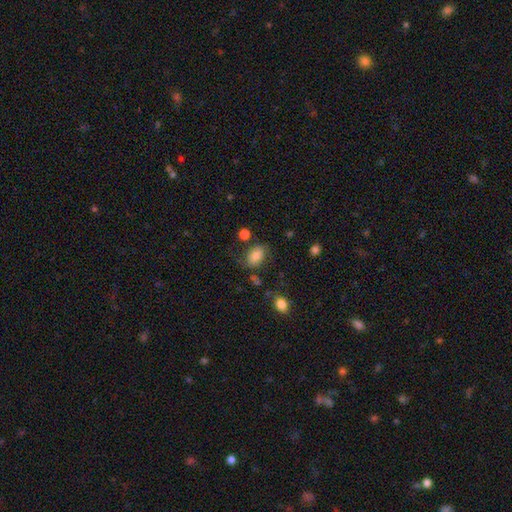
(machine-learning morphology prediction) A smooth galaxy with no disk features (79%) that is in between round and cigar-shaped (81%).

Vote fractions:
- Smooth or featured? smooth: 79% / featured or disk: 12% / star or artifact: 9%
- How rounded? in between: 81% / round: 17% / cigar-shaped: 1%
- Merging? none: 64% / minor disturbance: 20% / major disturbance: 9% / merger: 6%